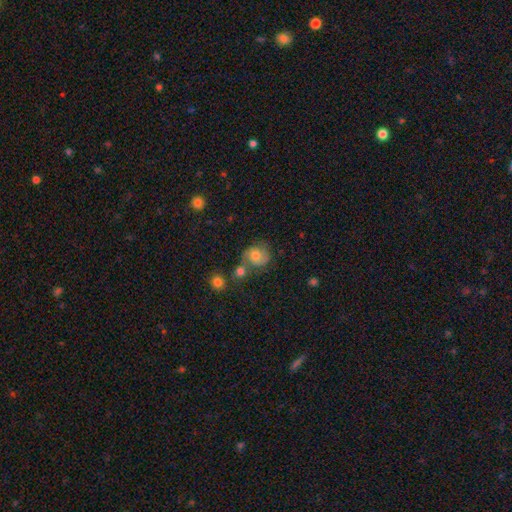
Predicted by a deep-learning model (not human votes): Morphology: type=smooth (46%); merging=none (53%).